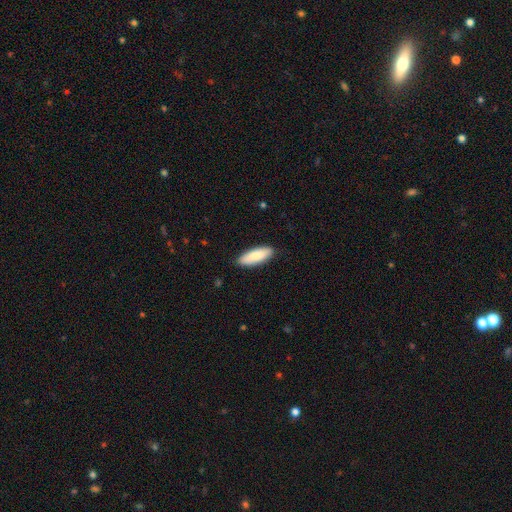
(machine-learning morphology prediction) smooth-or-featured: smooth: 85% | featured or disk: 10% | star or artifact: 5%
  how-rounded: in between: 63% | cigar-shaped: 35% | round: 2%
  merging: none: 87% | minor disturbance: 10% | major disturbance: 2% | merger: 1%